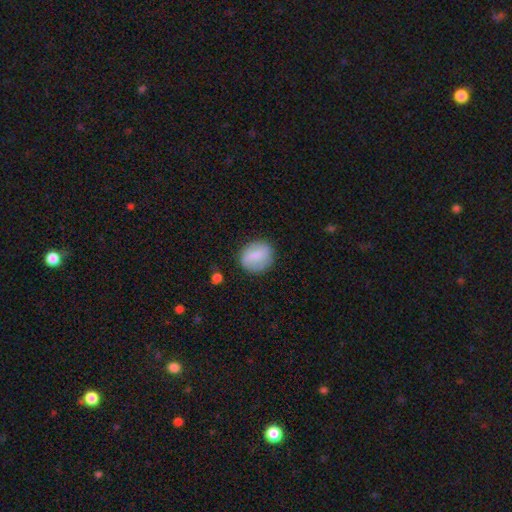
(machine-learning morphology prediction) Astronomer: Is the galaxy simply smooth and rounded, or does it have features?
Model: smooth — 70%.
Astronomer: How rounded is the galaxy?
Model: round — 68%.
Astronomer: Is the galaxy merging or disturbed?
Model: none — 81%.